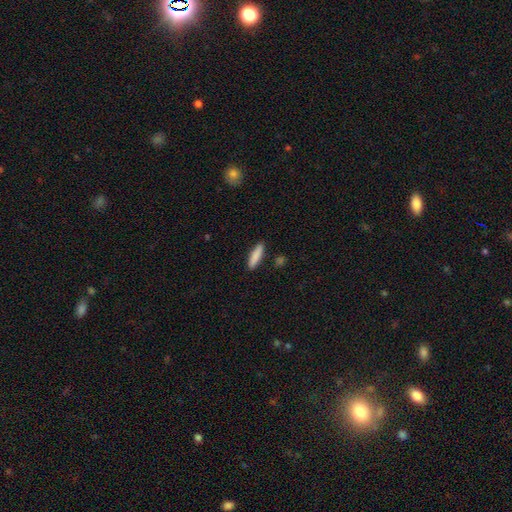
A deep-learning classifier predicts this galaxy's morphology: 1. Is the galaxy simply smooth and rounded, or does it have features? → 86% smooth, 8% featured or disk, 6% star or artifact.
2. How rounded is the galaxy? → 74% cigar-shaped, 24% in between, 1% round.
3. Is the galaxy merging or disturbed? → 88% none, 8% minor disturbance, 2% merger, 2% major disturbance.